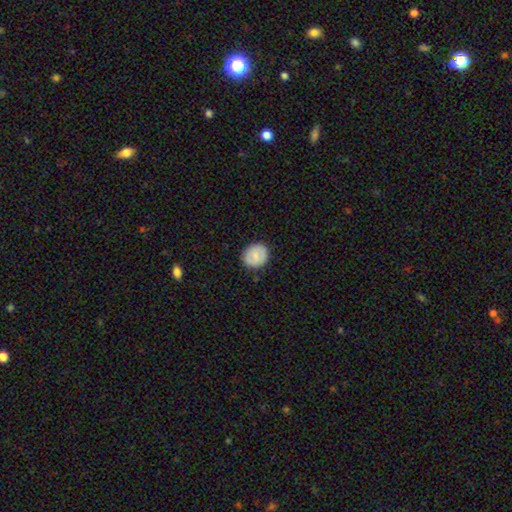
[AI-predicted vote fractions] A smooth galaxy with no disk features (80%) that is round (76%). Merging: none (87%).